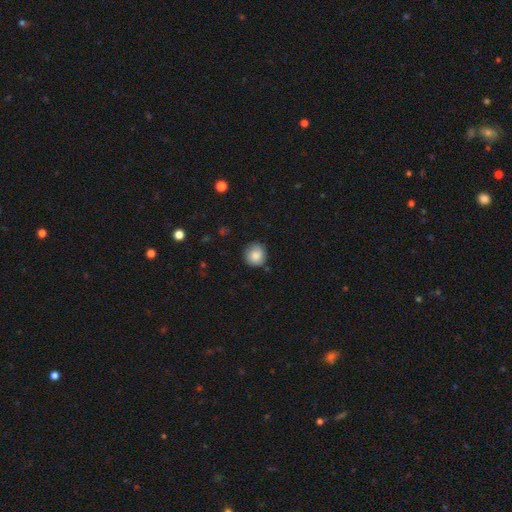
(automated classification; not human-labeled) Smooth or featured? Predicted: smooth (p=0.86). How rounded? Predicted: round (p=0.88). Merging? Predicted: none (p=0.81).